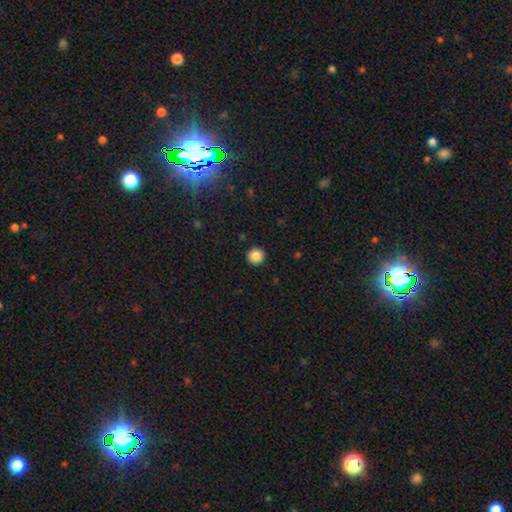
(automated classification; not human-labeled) This is clearly a smooth galaxy (86%). How rounded: clearly round (96%). Merging: clearly none (93%).